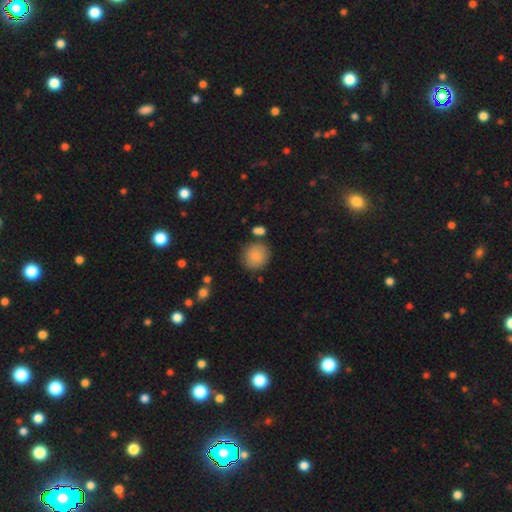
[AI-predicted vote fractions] A smooth galaxy with no disk features (86%) that is round (87%).

Vote fractions:
- Smooth or featured? smooth: 86% / star or artifact: 8% / featured or disk: 6%
- How rounded? round: 87% / in between: 12% / cigar-shaped: 1%
- Merging? none: 78% / minor disturbance: 12% / merger: 7% / major disturbance: 3%